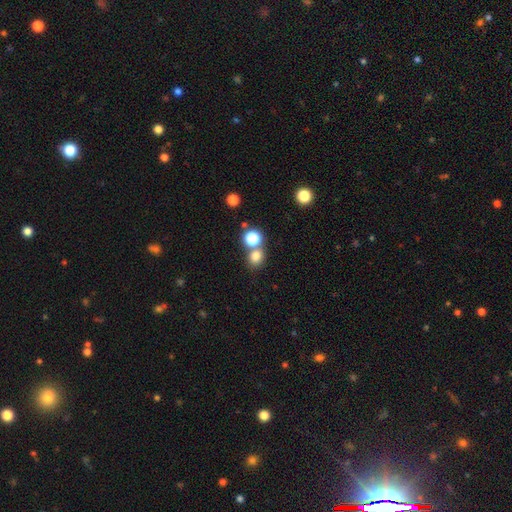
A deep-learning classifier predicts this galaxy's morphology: This appears to be a smooth galaxy with no disk features (77%) that is round (73%). Merging: none (57%).